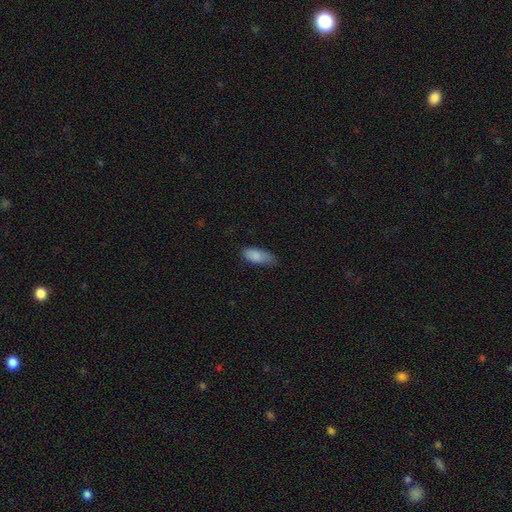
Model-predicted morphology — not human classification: type=smooth (86%); roundness=in between (85%); merging=none (50%).